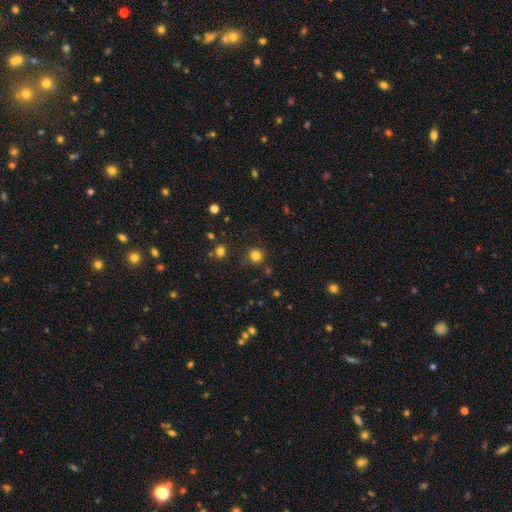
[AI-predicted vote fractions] smooth_or_featured: smooth (p=0.81) [alt: star or artifact p=0.15]
how_rounded: round (p=0.94) [alt: in between p=0.05]
merging: none (p=0.85) [alt: minor disturbance p=0.09]